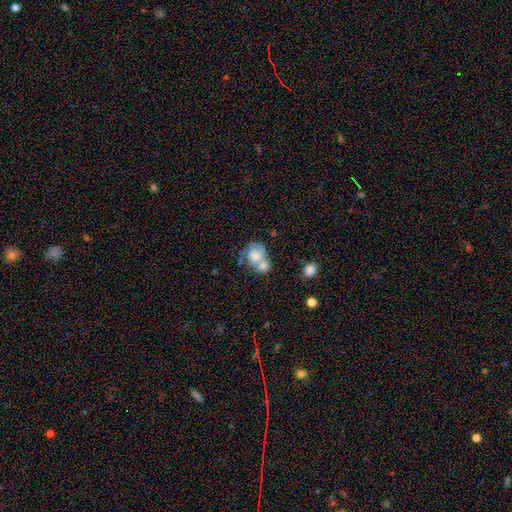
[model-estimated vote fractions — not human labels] Smooth or featured? featured or disk (53%)
Edge-on disk? no (98%)
Bar? no (80%)
Spiral arms? yes (72%)
Bulge size? large (28%)
Merging? merger (54%)